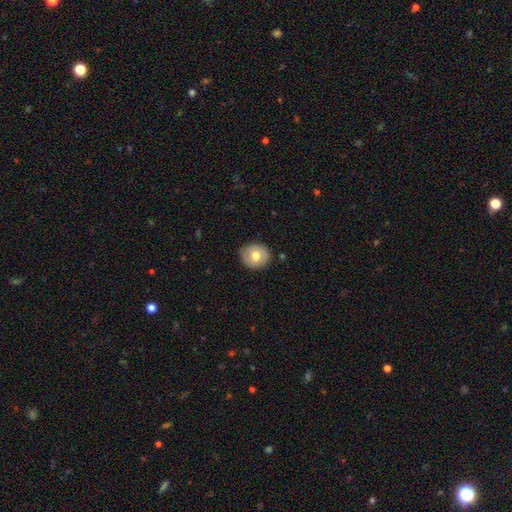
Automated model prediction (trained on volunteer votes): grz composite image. It shows a smooth galaxy with no disk features (71%) that is round (74%). Merging: none (83%).